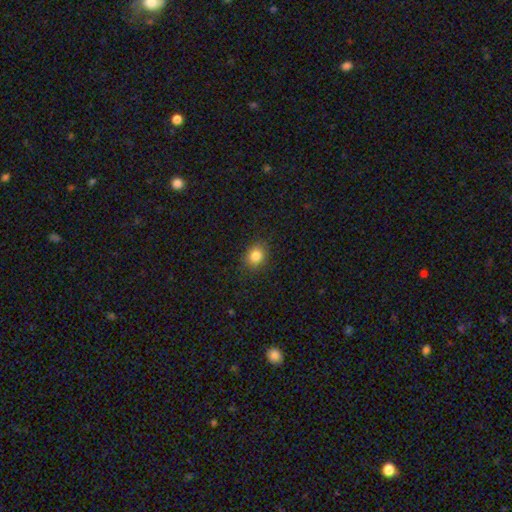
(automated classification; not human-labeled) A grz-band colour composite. It shows a smooth galaxy with no disk features (83%) that is round (67%). Merging: none (86%).